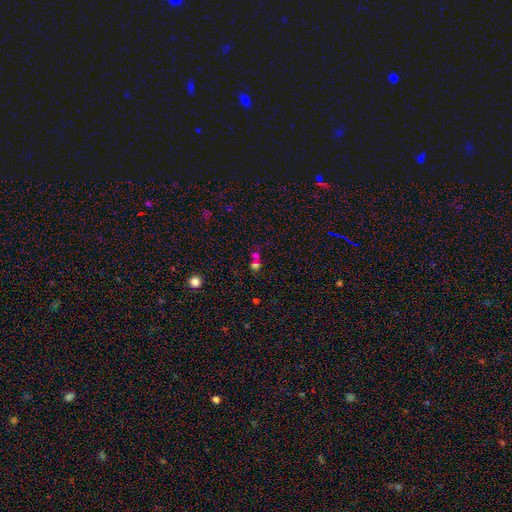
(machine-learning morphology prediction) type=smooth (62%); roundness=round (73%); merging=merger (45%).